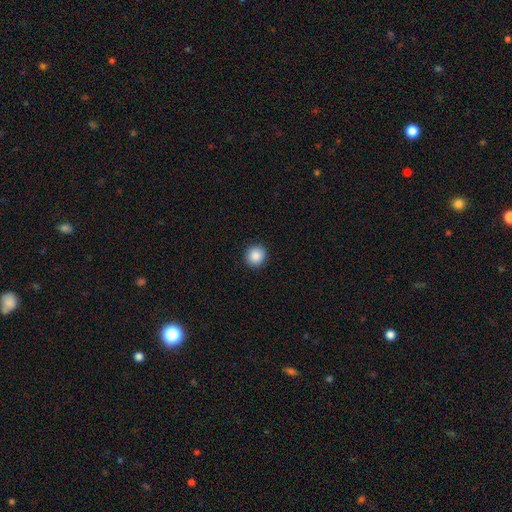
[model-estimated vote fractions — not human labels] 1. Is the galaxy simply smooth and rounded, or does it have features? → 87% smooth, 9% star or artifact, 4% featured or disk.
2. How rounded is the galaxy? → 91% round, 8% in between, 1% cigar-shaped.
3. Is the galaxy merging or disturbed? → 92% none, 5% minor disturbance, 2% major disturbance, 1% merger.